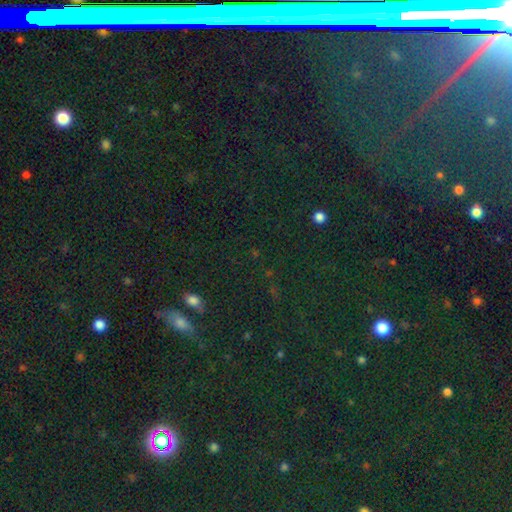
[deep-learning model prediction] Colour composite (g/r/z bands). It shows a star or artifact, not a galaxy (72%).